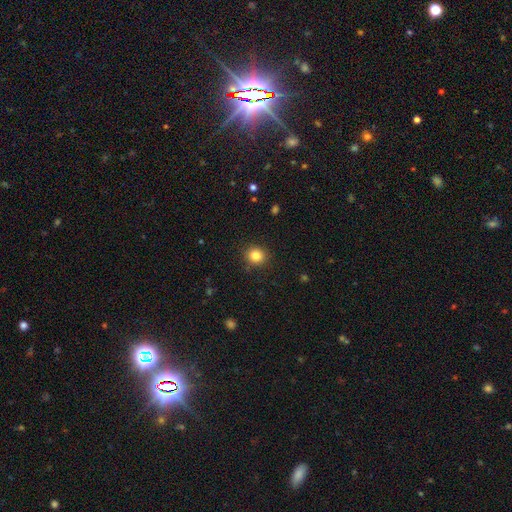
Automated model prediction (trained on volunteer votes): This is clearly a smooth galaxy (83%). How rounded: clearly round (88%). Merging: clearly none (90%).